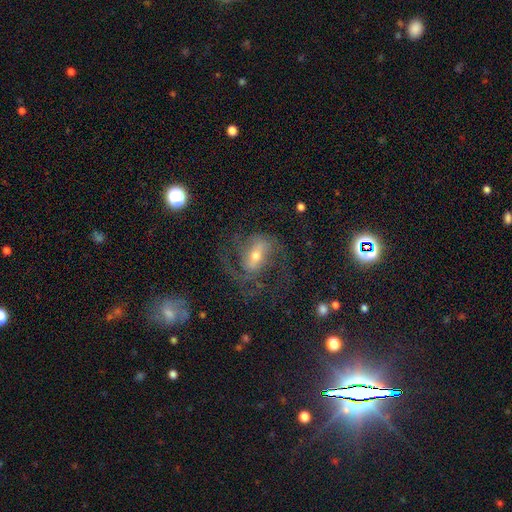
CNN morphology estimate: This appears to be a featured or disk galaxy (81%) with a weak bar (43%), 2 (56%) medium (53%) spiral arms (91%) and a moderate central bulge (48%). Merging: none (57%).